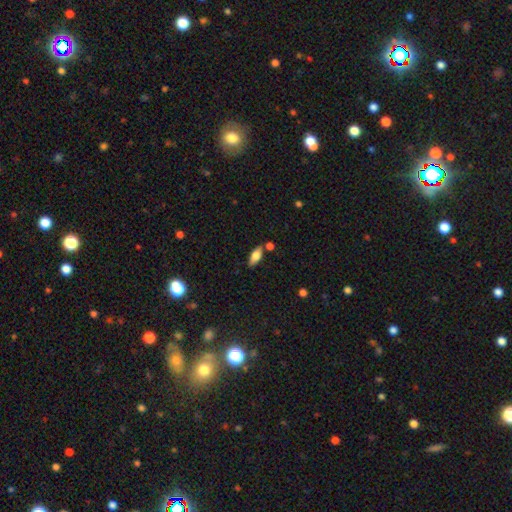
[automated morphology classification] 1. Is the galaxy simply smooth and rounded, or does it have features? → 73% smooth, 20% featured or disk, 7% star or artifact.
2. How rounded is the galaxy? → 82% in between, 16% cigar-shaped, 3% round.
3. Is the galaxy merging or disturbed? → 75% none, 13% minor disturbance, 9% merger, 3% major disturbance.